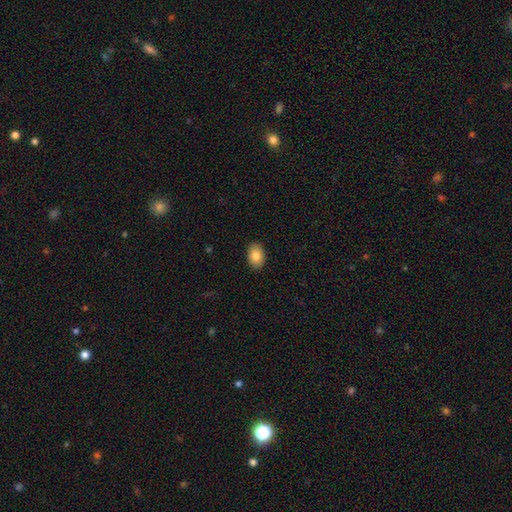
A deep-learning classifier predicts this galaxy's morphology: type=smooth (85%); roundness=in between (82%); merging=none (89%).